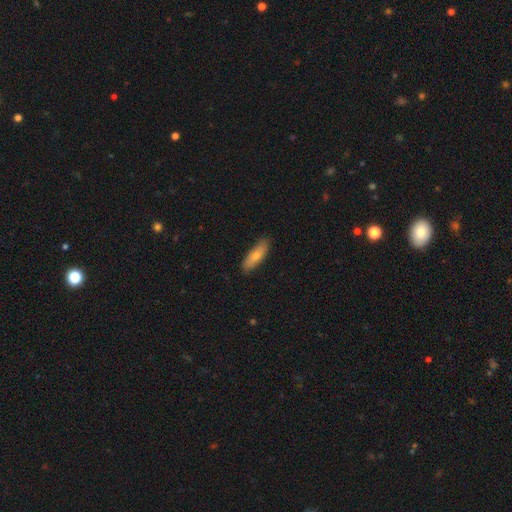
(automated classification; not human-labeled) A smooth galaxy with no disk features (70%) that is cigar-shaped (49%).

Vote fractions:
- Smooth or featured? smooth: 70% / featured or disk: 24% / star or artifact: 6%
- How rounded? cigar-shaped: 49% / in between: 48% / round: 2%
- Merging? none: 85% / minor disturbance: 12% / major disturbance: 2% / merger: 1%